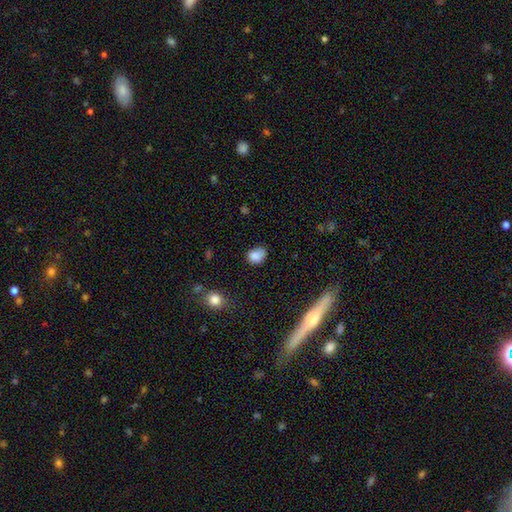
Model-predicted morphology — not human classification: A smooth galaxy with no disk features (83%) that is in between round and cigar-shaped (57%).

Vote fractions:
- Smooth or featured? smooth: 83% / star or artifact: 10% / featured or disk: 6%
- How rounded? in between: 57% / round: 41% / cigar-shaped: 1%
- Merging? none: 59% / minor disturbance: 29% / major disturbance: 7% / merger: 4%